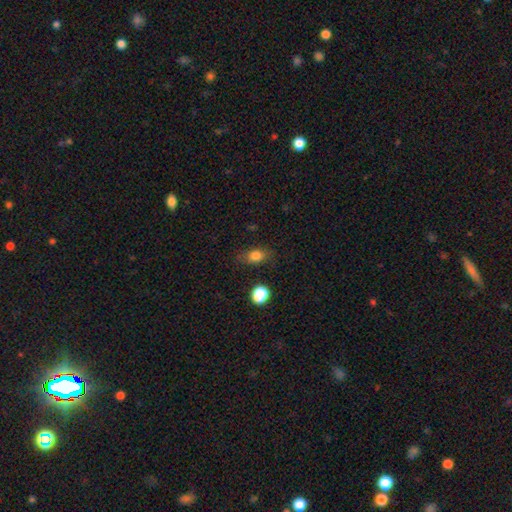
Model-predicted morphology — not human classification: Smooth or featured? Predicted: smooth (p=0.81). How rounded? Predicted: in between (p=0.64). Merging? Predicted: none (p=0.74).